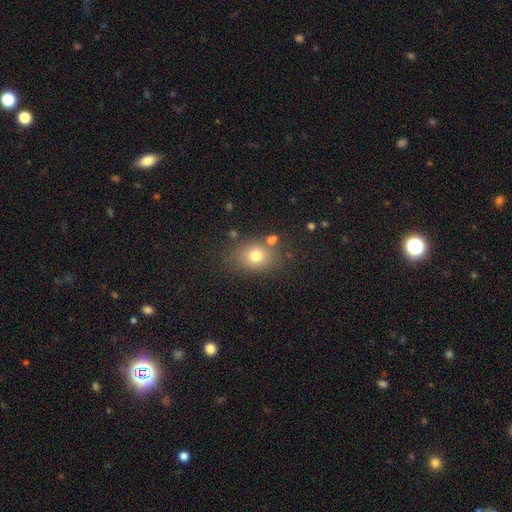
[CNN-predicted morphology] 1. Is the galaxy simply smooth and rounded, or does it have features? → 75% smooth, 13% star or artifact, 12% featured or disk.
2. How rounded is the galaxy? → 51% in between, 48% round, 1% cigar-shaped.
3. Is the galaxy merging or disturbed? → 73% none, 14% minor disturbance, 8% merger, 5% major disturbance.